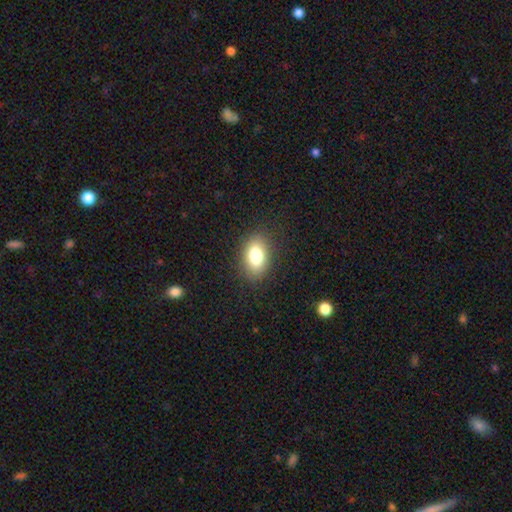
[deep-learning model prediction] Overall: smooth (81%). How rounded: in between (87%). Merging: none (86%).